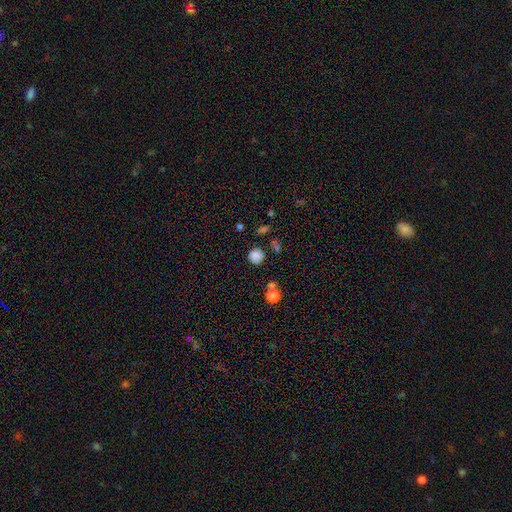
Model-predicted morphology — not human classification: Q: Smooth or featured?
A: smooth (82%); runner-up: star or artifact (13%)
Q: How rounded?
A: round (92%); runner-up: in between (7%)
Q: Merging?
A: none (82%); runner-up: minor disturbance (10%)